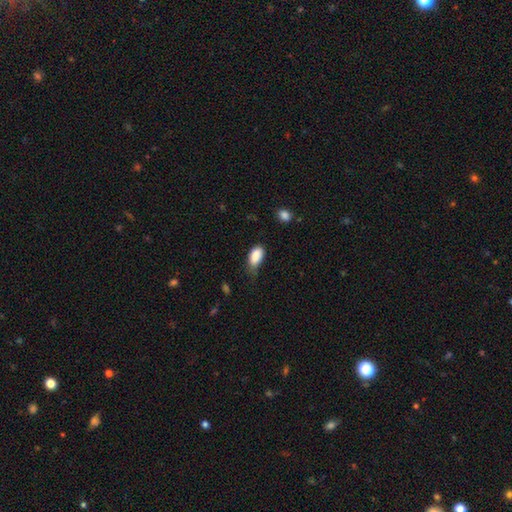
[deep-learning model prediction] Smooth or featured? Predicted: smooth (p=0.88). How rounded? Predicted: in between (p=0.92). Merging? Predicted: none (p=0.50).